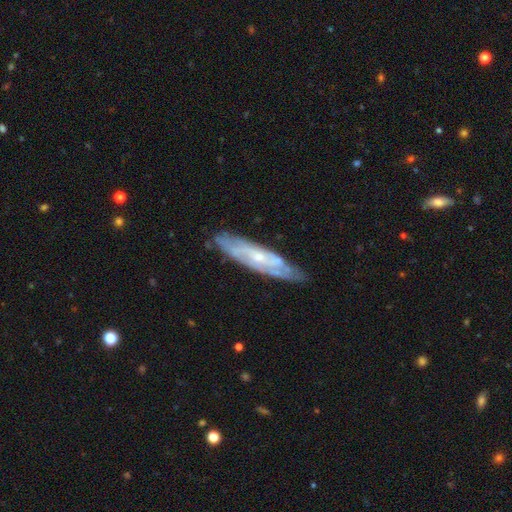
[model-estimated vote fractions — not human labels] smooth-or-featured: featured or disk: 71% | smooth: 21% | star or artifact: 8%
  disk-edge-on: no: 56% | yes: 44%
  merging: none: 82% | minor disturbance: 13% | major disturbance: 3% | merger: 2%